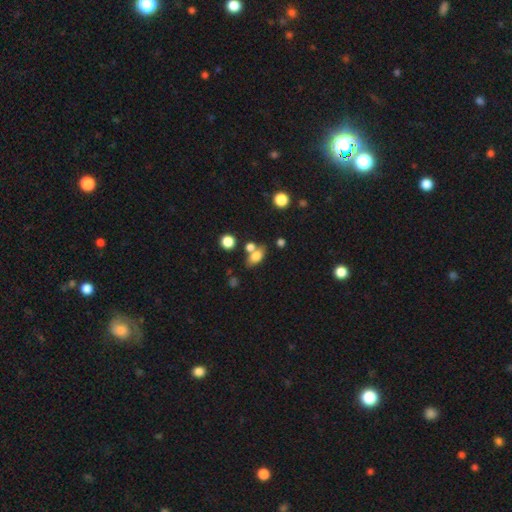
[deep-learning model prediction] Smooth or featured?
  - smooth: 75% *
  - featured or disk: 14%
  - star or artifact: 12%
How rounded?
  - in between: 79% *
  - round: 15%
  - cigar-shaped: 6%
Merging?
  - none: 53% *
  - merger: 28%
  - minor disturbance: 13%
  - major disturbance: 5%